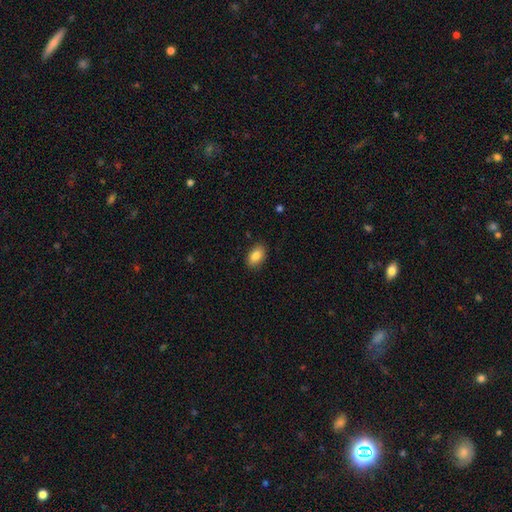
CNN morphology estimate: This is clearly a smooth galaxy (85%). How rounded: clearly in between (89%). Merging: clearly none (87%).